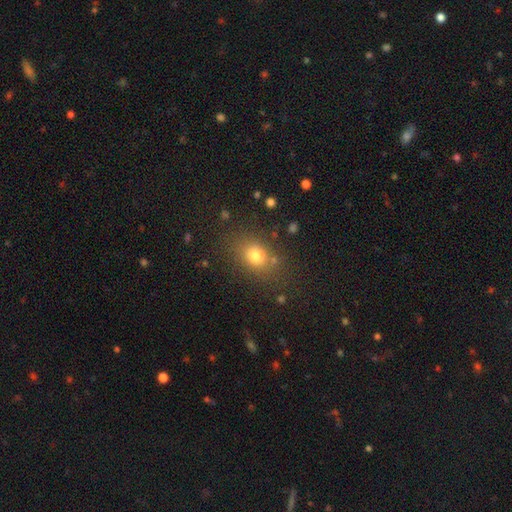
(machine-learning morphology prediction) smooth-or-featured: smooth: 74% | star or artifact: 16% | featured or disk: 9%
  how-rounded: in between: 52% | round: 46% | cigar-shaped: 2%
  merging: none: 76% | minor disturbance: 13% | merger: 6% | major disturbance: 5%